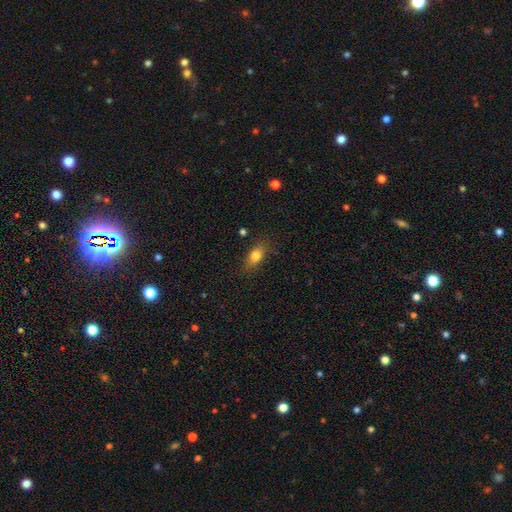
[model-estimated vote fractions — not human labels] Smooth or featured?
  - smooth: 79% *
  - featured or disk: 12%
  - star or artifact: 9%
How rounded?
  - in between: 79% *
  - round: 12%
  - cigar-shaped: 10%
Merging?
  - none: 79% *
  - minor disturbance: 15%
  - major disturbance: 4%
  - merger: 2%